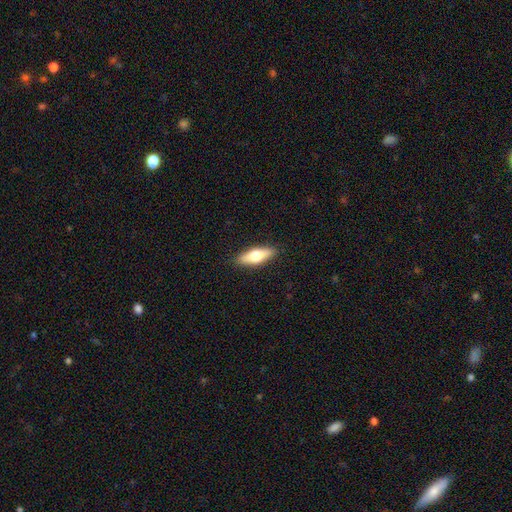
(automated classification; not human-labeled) Smooth or featured: smooth — 60% (featured or disk — 34%)
How rounded: in between — 57% (cigar-shaped — 40%)
Merging: none — 89% (minor disturbance — 8%)